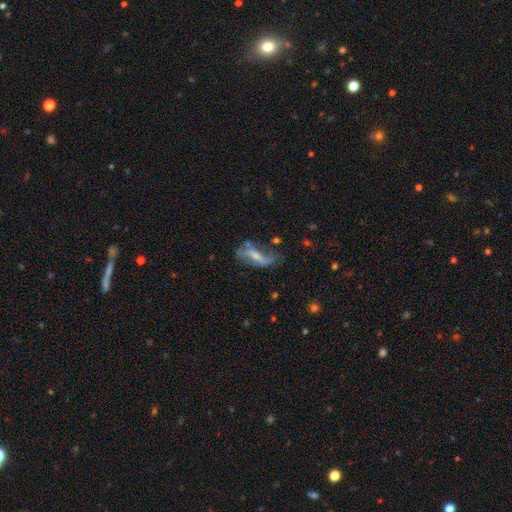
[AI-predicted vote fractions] Overall: featured or disk (60%; smooth 31%). Edge-on disk: no (81%). Merging: none (42%; minor disturbance 26%).